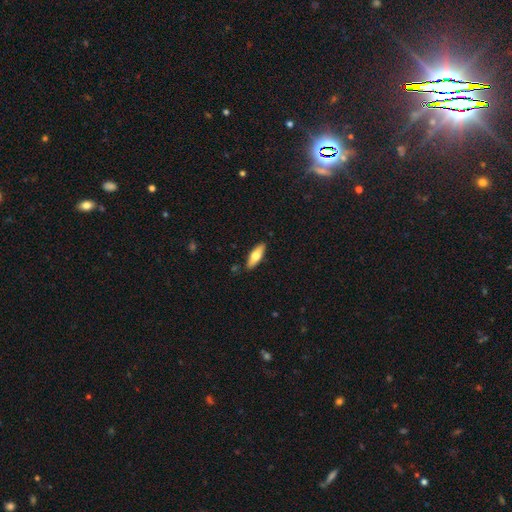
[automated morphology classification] smooth_or_featured: smooth (p=0.63) [alt: featured or disk p=0.31]
how_rounded: in between (p=0.57) [alt: cigar-shaped p=0.41]
merging: none (p=0.87) [alt: minor disturbance p=0.10]